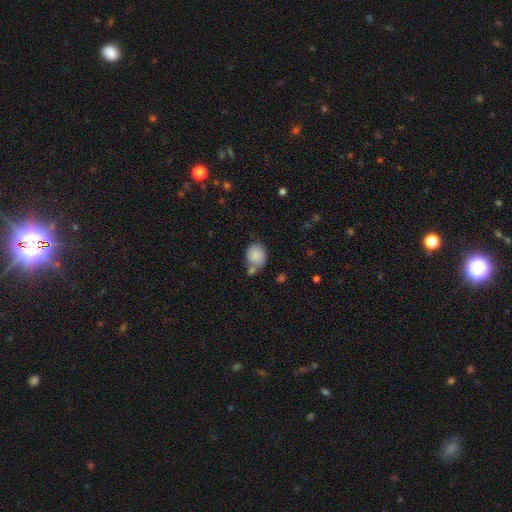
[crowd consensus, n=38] A smooth galaxy with no disk features (84%) that is round (81%).

Vote fractions:
- Smooth or featured? smooth: 84% / star or artifact: 11% / featured or disk: 5%
- How rounded? round: 81% / in between: 19% / cigar-shaped: 0%
- Merging? none: 44% / minor disturbance: 32% / merger: 18% / major disturbance: 6%